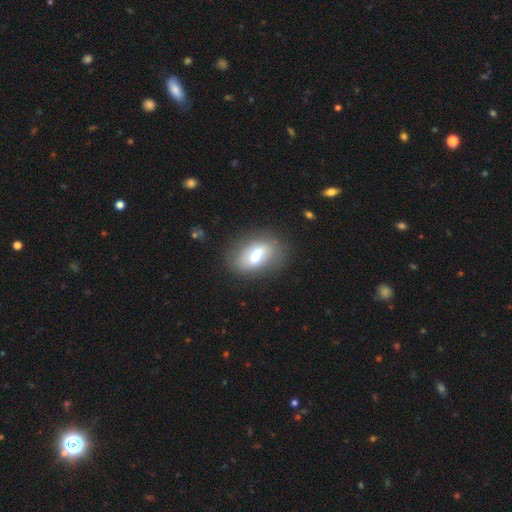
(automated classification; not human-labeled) This is possibly a smooth galaxy (54%). How rounded: clearly in between (84%). Merging: likely none (71%).